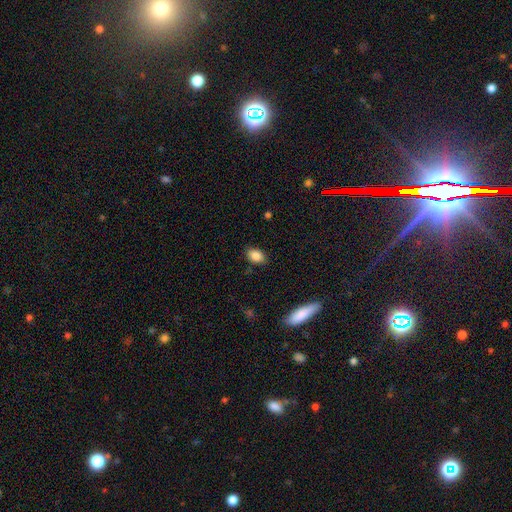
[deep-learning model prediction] Q: Smooth or featured?
A: smooth (86%); runner-up: star or artifact (8%)
Q: How rounded?
A: in between (84%); runner-up: round (14%)
Q: Merging?
A: none (84%); runner-up: minor disturbance (12%)